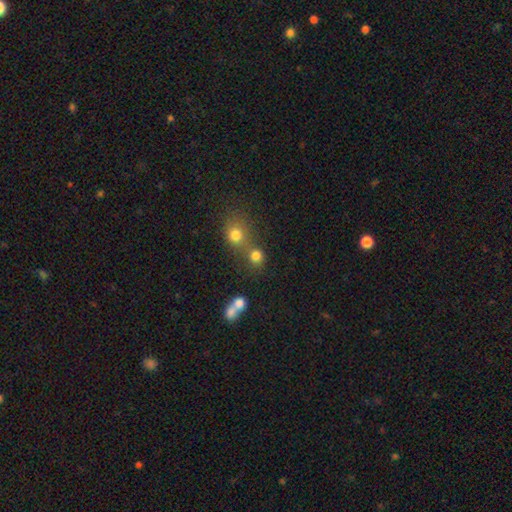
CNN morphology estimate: Overall: smooth (78%). How rounded: round (85%). Merging: none (54%; merger 34%).